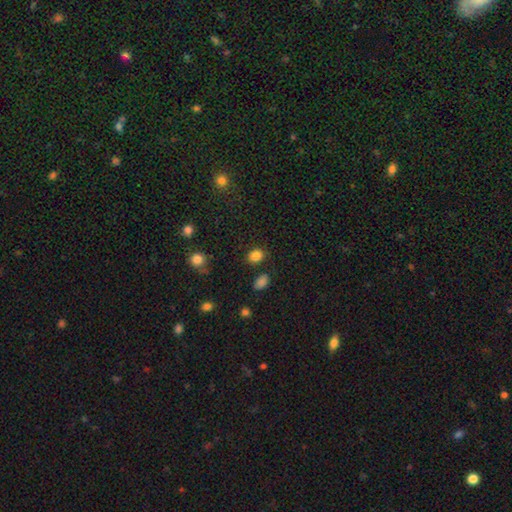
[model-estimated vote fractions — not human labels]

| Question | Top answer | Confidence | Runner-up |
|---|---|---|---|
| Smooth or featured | smooth | 84% | star or artifact (11%) |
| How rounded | in between | 53% | round (46%) |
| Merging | none | 81% | minor disturbance (12%) |